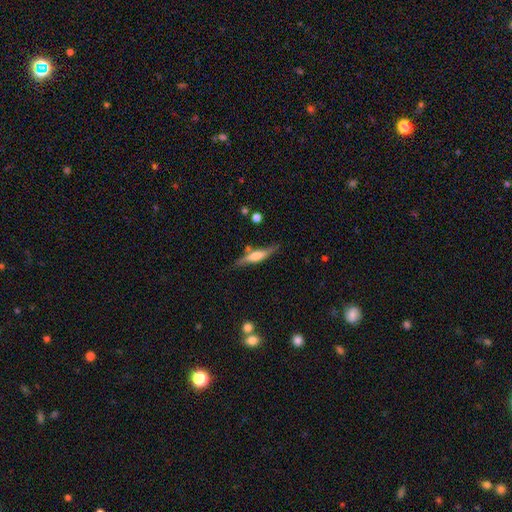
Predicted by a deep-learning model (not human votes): Smooth or featured?
  - featured or disk: 51% *
  - smooth: 43%
  - star or artifact: 6%
Edge-on disk?
  - yes: 88% *
  - no: 12%
Merging?
  - none: 73% *
  - minor disturbance: 17%
  - merger: 6%
  - major disturbance: 4%